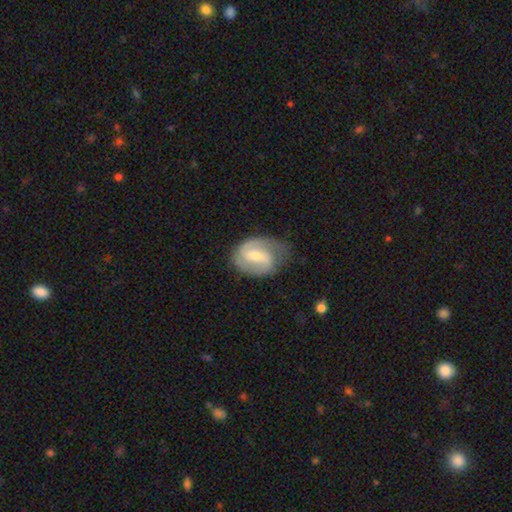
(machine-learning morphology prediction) This appears to be a featured or disk galaxy (72%) with a weak bar (50%), 2 (80%) medium (48%) spiral arms (90%) and a small central bulge (48%). Merging: none (55%).